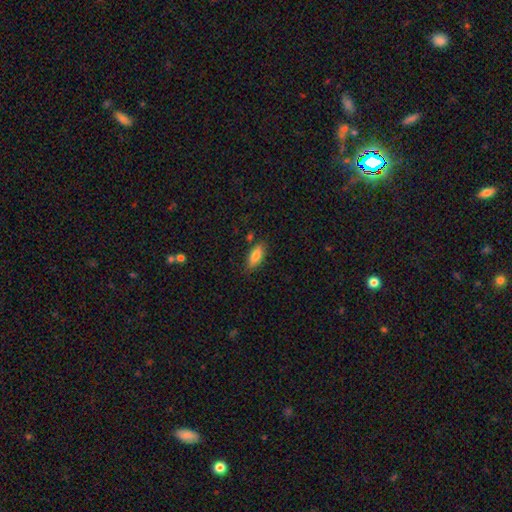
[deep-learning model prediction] smooth-or-featured: smooth: 80% | featured or disk: 13% | star or artifact: 7%
  how-rounded: in between: 79% | cigar-shaped: 19% | round: 2%
  merging: none: 81% | minor disturbance: 14% | merger: 3% | major disturbance: 3%